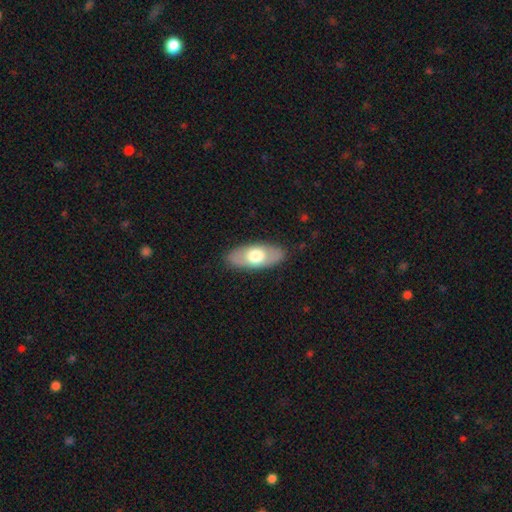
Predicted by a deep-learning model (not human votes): Overall: smooth (61%; featured or disk 34%). How rounded: in between (88%). Merging: none (87%).